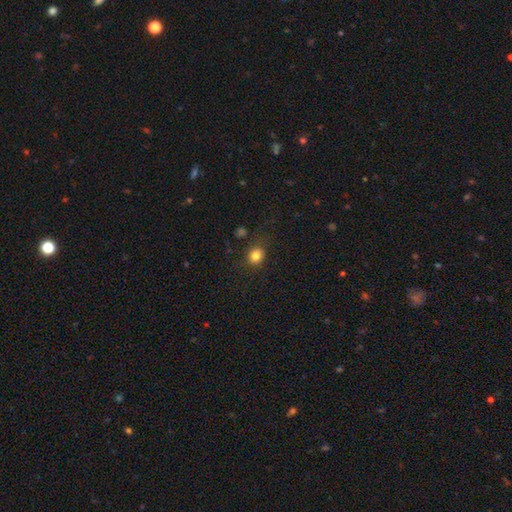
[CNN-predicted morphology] smooth 82%, star or artifact 12%, featured or disk 6%. Down the decision tree: how rounded — round (73%); merging — none (80%).